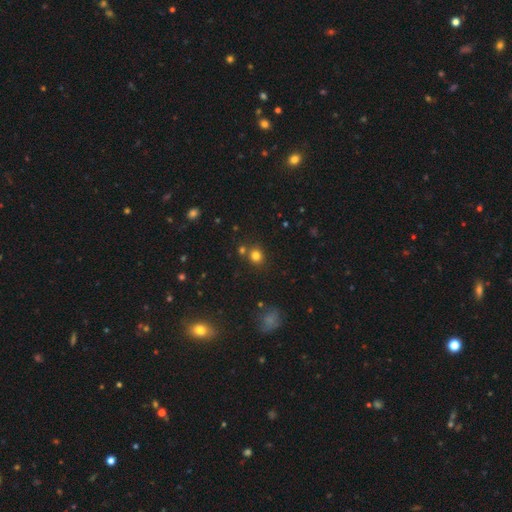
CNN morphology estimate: Smooth or featured? Predicted: smooth (p=0.77). How rounded? Predicted: round (p=0.84). Merging? Predicted: none (p=0.76).